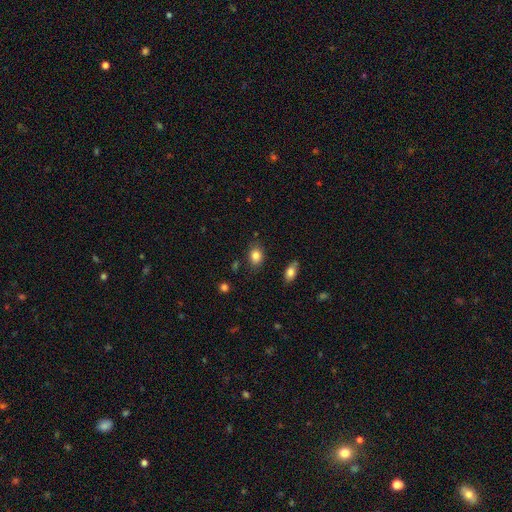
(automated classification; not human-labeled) Smooth or featured?
  - smooth: 84% *
  - star or artifact: 9%
  - featured or disk: 7%
How rounded?
  - in between: 69% *
  - round: 30%
  - cigar-shaped: 1%
Merging?
  - none: 79% *
  - minor disturbance: 15%
  - major disturbance: 4%
  - merger: 3%